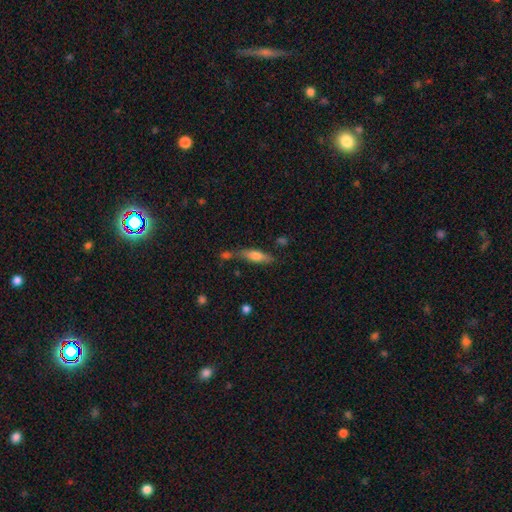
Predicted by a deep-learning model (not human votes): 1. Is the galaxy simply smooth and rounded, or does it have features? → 59% smooth, 33% featured or disk, 7% star or artifact.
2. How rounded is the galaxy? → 59% cigar-shaped, 39% in between, 3% round.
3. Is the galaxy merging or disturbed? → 60% none, 19% minor disturbance, 15% merger, 6% major disturbance.